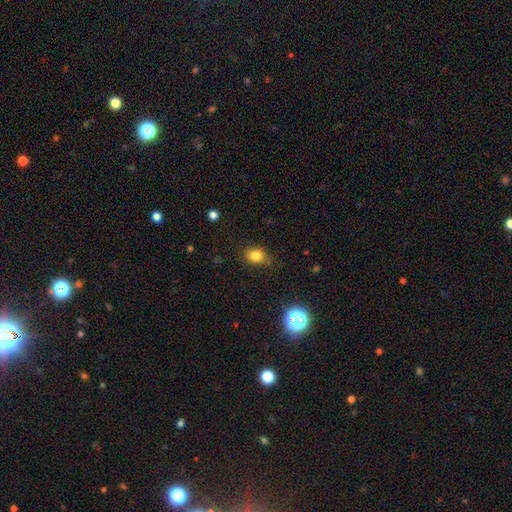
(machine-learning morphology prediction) A smooth galaxy with no disk features (81%) that is in between round and cigar-shaped (52%). Merging: none (77%).